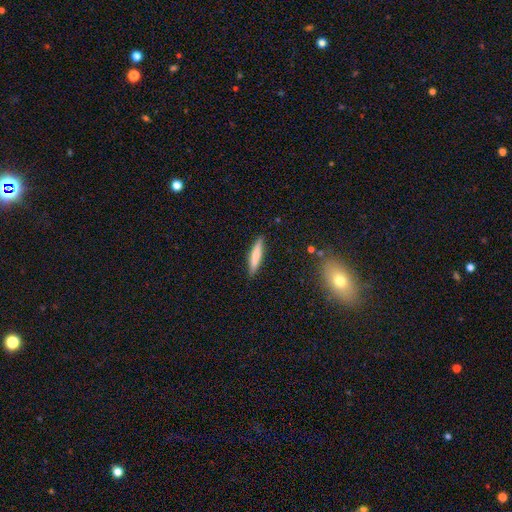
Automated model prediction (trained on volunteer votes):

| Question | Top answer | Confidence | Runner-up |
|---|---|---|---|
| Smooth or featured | smooth | 75% | featured or disk (19%) |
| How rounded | cigar-shaped | 87% | in between (11%) |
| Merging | none | 89% | minor disturbance (8%) |